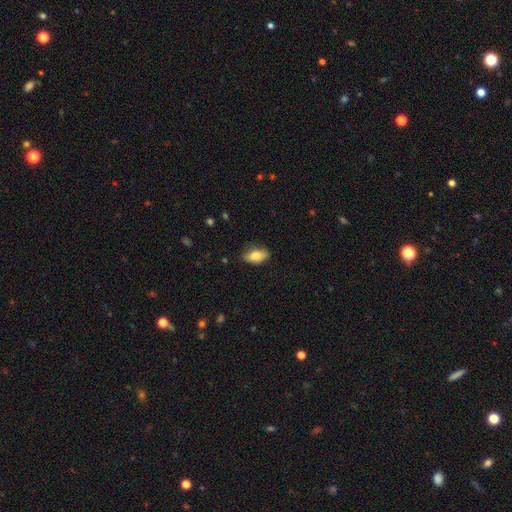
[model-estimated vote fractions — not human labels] The model was most divided on "merging": none: 79%, minor disturbance: 17%, major disturbance: 3%, merger: 1%. More confident: how rounded — in between (91%); smooth or featured — smooth (82%).